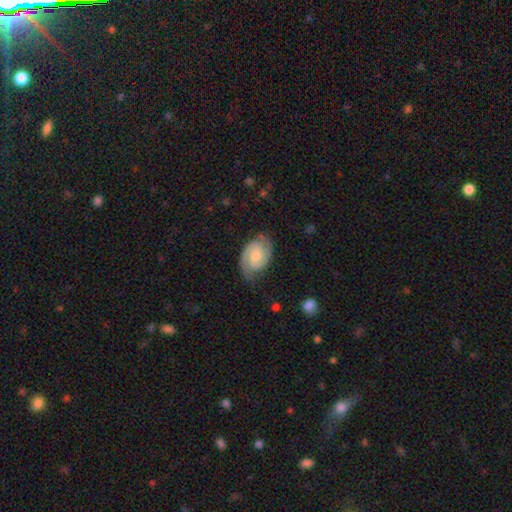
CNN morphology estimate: featured or disk 84%, smooth 11%, star or artifact 5%. Down the decision tree: edge-on disk — no (98%); bar — no (59%); spiral arms — yes (97%); spiral arm count — 2 (90%); spiral winding — tight (49%); bulge size — moderate (46%); merging — none (77%).